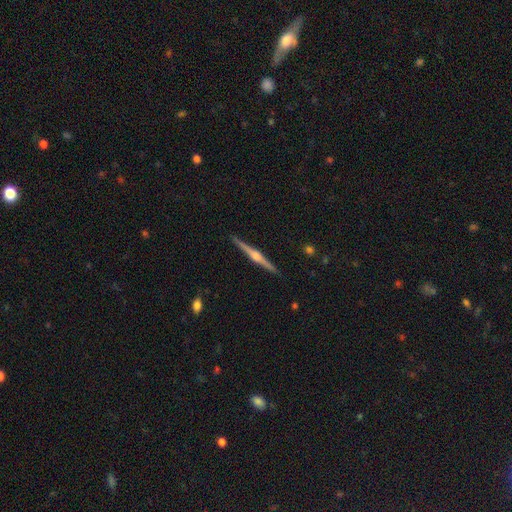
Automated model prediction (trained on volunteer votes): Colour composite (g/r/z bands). It shows a featured or disk galaxy (84%) viewed edge-on (99%) with a rounded central bulge (90%). Merging: none (92%).